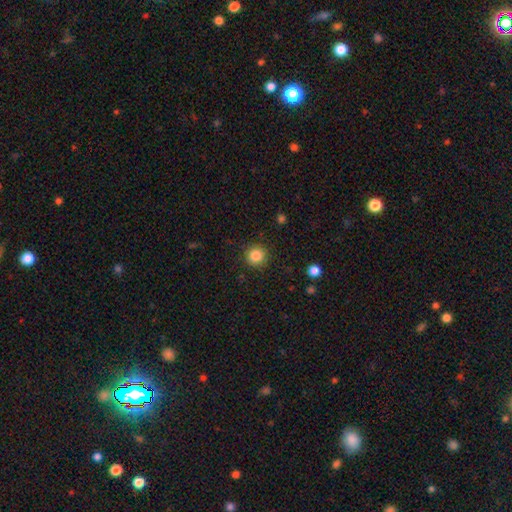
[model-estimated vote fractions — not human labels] Overall: smooth (85%). How rounded: round (93%). Merging: none (90%).